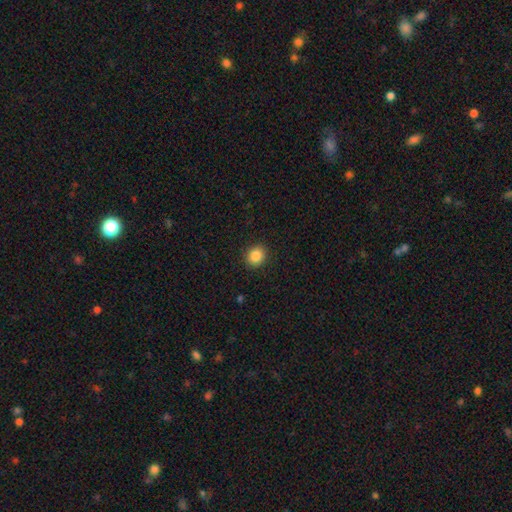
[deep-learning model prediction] A smooth galaxy with no disk features (86%) that is round (76%). Merging: none (91%).